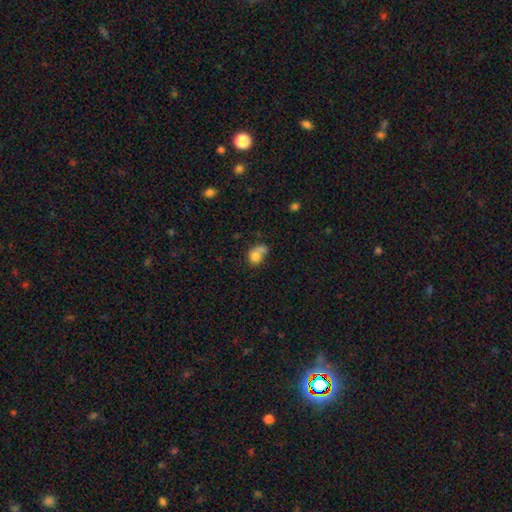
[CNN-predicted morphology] Q: Smooth or featured?
A: smooth (76%); runner-up: featured or disk (14%)
Q: How rounded?
A: round (60%); runner-up: in between (38%)
Q: Merging?
A: merger (49%); runner-up: none (27%)